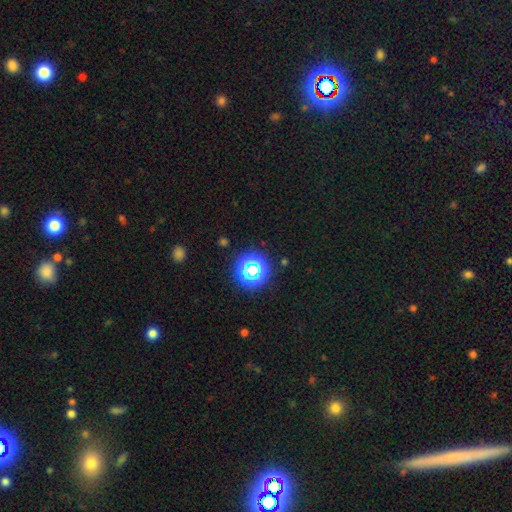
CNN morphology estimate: star or artifact 58%, smooth 35%, featured or disk 7%.